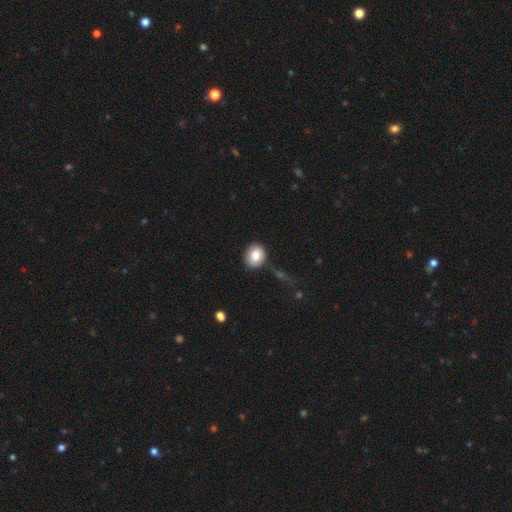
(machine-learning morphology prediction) Smooth or featured? Predicted: smooth (p=0.80). How rounded? Predicted: round (p=0.75). Merging? Predicted: none (p=0.80).